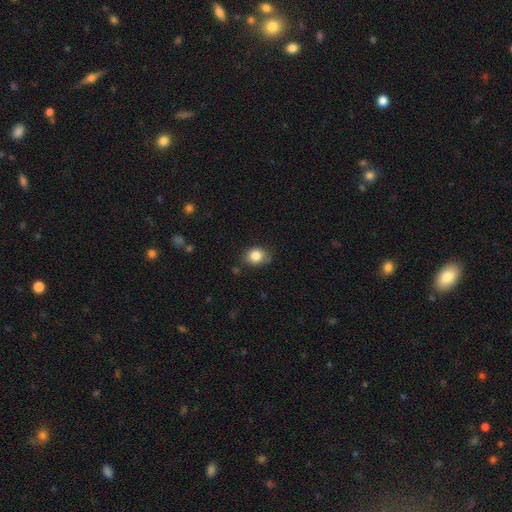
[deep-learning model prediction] This is clearly a smooth galaxy (84%). How rounded: likely round (62%). Merging: likely none (71%).